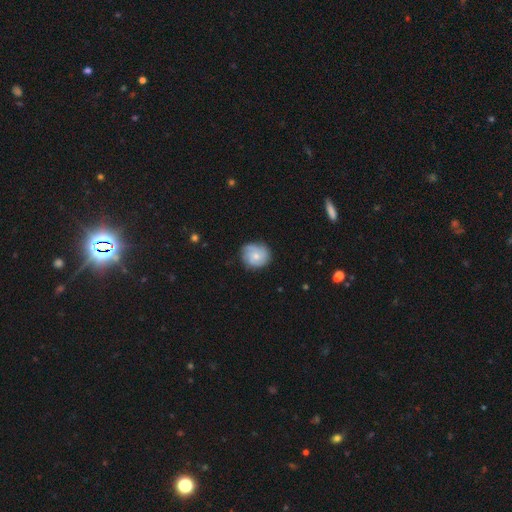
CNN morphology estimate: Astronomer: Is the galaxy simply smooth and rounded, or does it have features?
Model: smooth — 47% (runner-up: featured or disk, 46%).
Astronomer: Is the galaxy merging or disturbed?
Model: none — 74%.